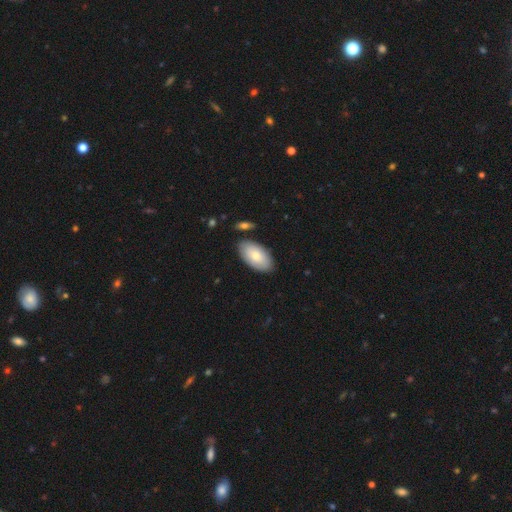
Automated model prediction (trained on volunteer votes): This is likely a smooth galaxy (77%). How rounded: clearly in between (96%). Merging: clearly none (84%).